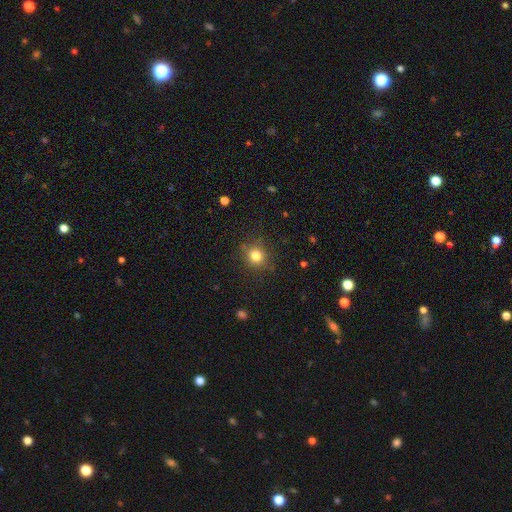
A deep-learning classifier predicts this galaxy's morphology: A smooth galaxy with no disk features (79%) that is round (85%). Merging: none (86%).